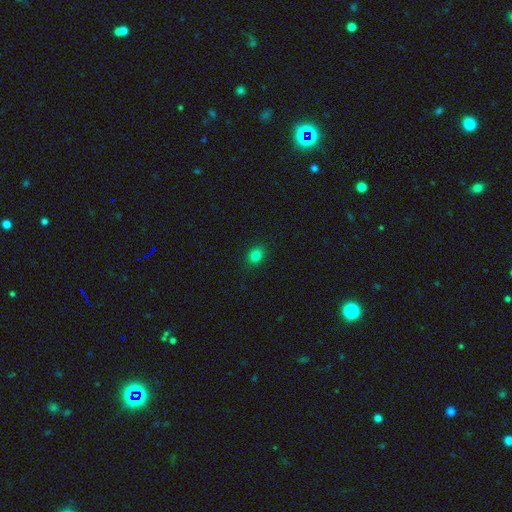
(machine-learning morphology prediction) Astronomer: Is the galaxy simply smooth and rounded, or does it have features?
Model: smooth — 83%.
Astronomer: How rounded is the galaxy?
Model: round — 64%.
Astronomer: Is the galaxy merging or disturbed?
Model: none — 90%.